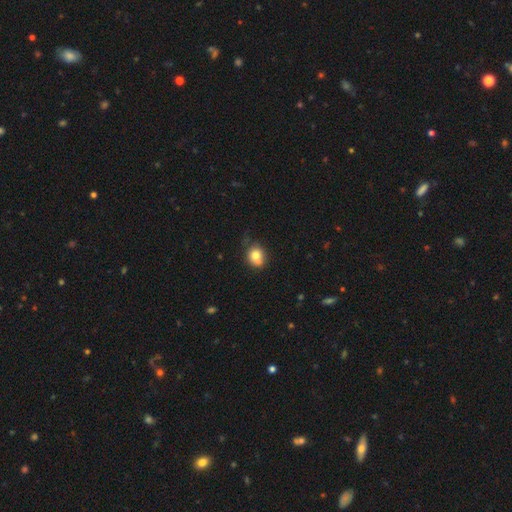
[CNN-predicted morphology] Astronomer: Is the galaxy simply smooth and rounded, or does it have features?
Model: smooth — 78%.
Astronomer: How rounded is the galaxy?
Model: round — 66%.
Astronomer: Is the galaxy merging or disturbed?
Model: none — 57%.